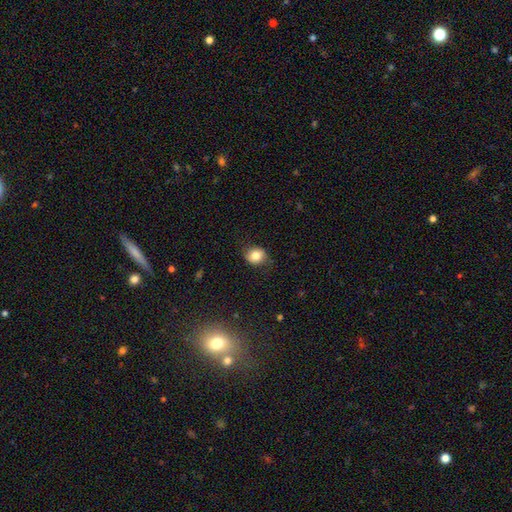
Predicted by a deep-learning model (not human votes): A smooth galaxy with no disk features (76%) that is round (64%). Merging: none (74%).